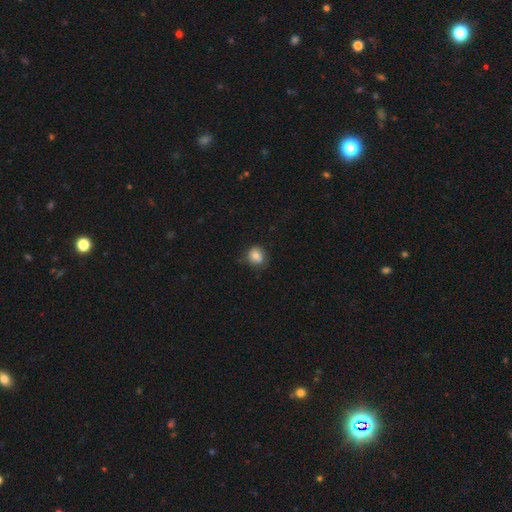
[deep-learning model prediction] The model was most divided on "merging": none: 71%, minor disturbance: 21%, major disturbance: 5%, merger: 2%. More confident: how rounded — round (82%); smooth or featured — smooth (74%).